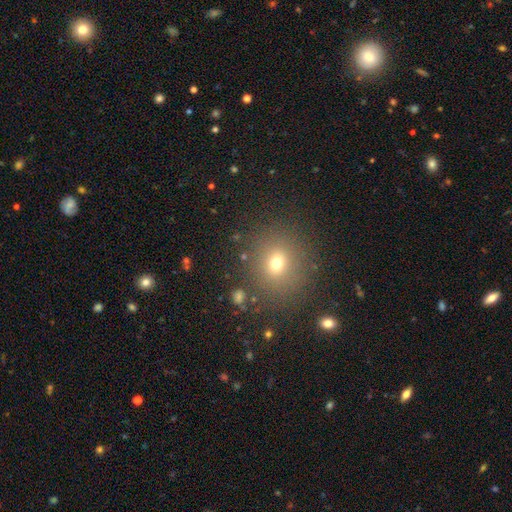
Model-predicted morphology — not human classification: This appears to be a smooth galaxy with no disk features (63%) that is round (83%). Merging: none (87%).